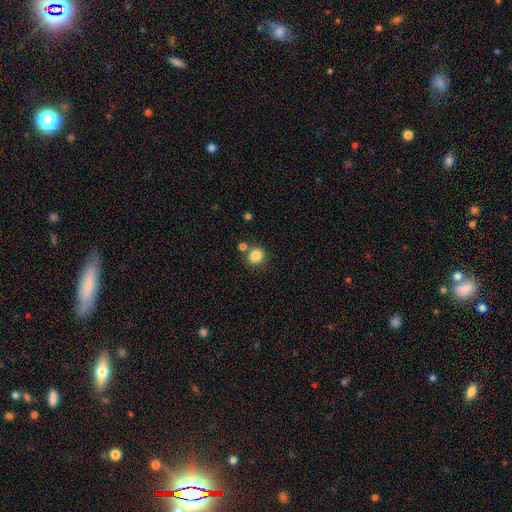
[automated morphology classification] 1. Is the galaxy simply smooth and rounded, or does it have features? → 84% smooth, 10% star or artifact, 6% featured or disk.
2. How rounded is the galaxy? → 87% round, 12% in between, 1% cigar-shaped.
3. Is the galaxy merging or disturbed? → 75% none, 13% merger, 9% minor disturbance, 3% major disturbance.